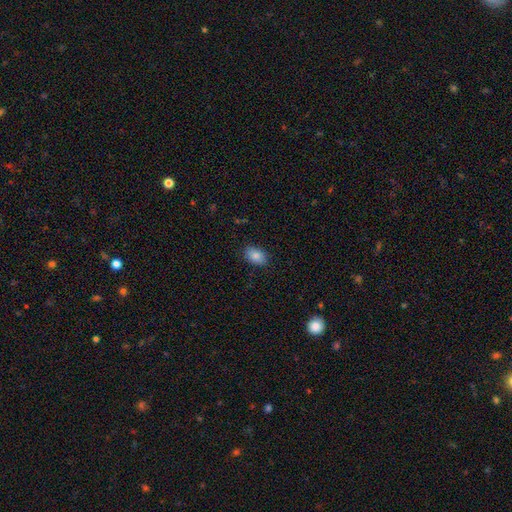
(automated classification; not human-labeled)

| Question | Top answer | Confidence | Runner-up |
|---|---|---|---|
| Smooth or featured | smooth | 85% | star or artifact (8%) |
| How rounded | in between | 88% | round (10%) |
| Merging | none | 87% | minor disturbance (10%) |